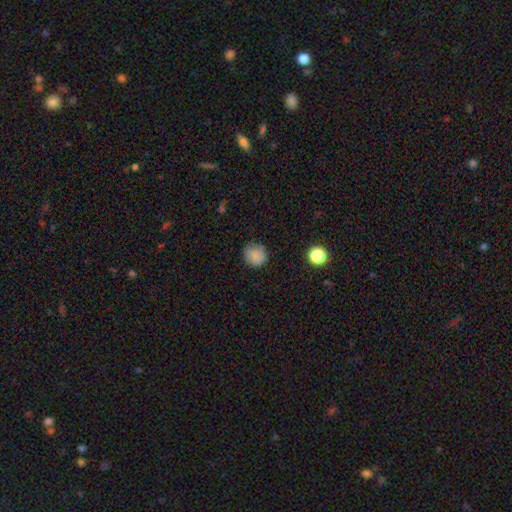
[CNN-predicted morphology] smooth-or-featured: smooth: 82% | star or artifact: 10% | featured or disk: 8%
  how-rounded: round: 92% | in between: 8% | cigar-shaped: 1%
  merging: none: 83% | minor disturbance: 13% | major disturbance: 3% | merger: 1%